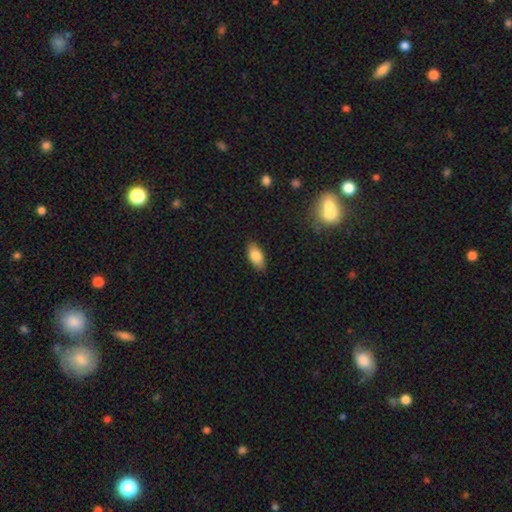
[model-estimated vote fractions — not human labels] smooth-or-featured: smooth: 82% | featured or disk: 11% | star or artifact: 7%
  how-rounded: in between: 88% | cigar-shaped: 9% | round: 3%
  merging: none: 86% | minor disturbance: 11% | major disturbance: 2% | merger: 1%